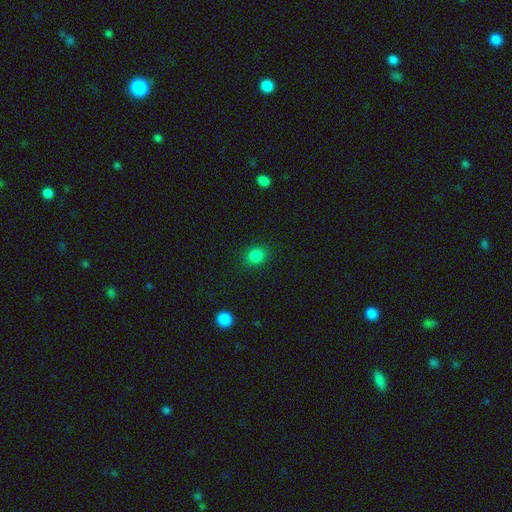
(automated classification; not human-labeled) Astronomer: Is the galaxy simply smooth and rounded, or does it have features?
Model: smooth — 84%.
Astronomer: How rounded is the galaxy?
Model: round — 70%.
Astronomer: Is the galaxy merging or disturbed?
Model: none — 88%.